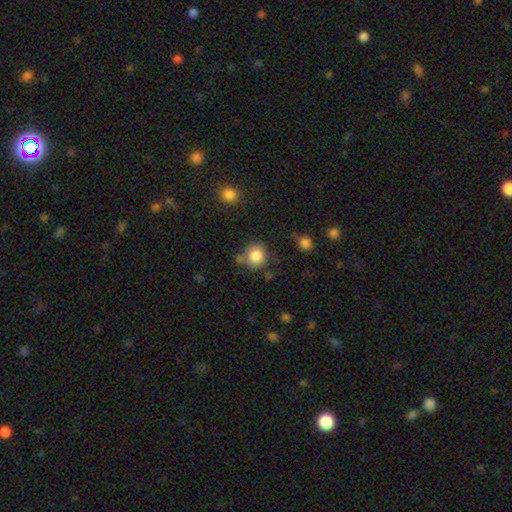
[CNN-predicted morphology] Smooth or featured? Predicted: smooth (p=0.84). How rounded? Predicted: round (p=0.87). Merging? Predicted: none (p=0.71).